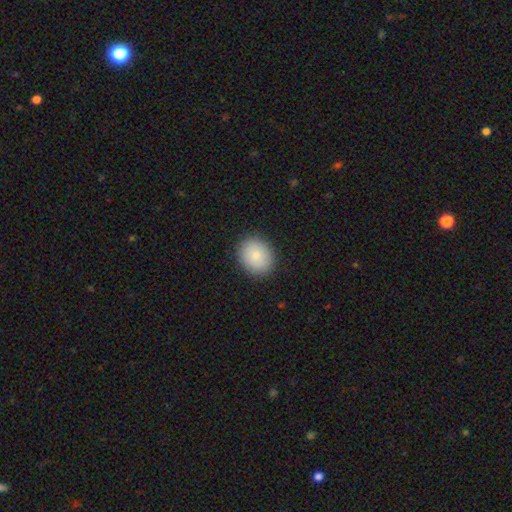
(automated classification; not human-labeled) This appears to be a smooth galaxy with no disk features (86%) that is round (62%). Merging: none (89%).